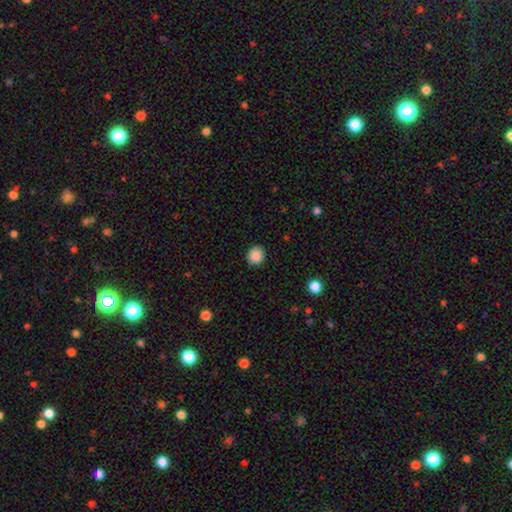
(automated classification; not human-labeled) A smooth galaxy with no disk features (88%) that is round (88%). Merging: none (90%).